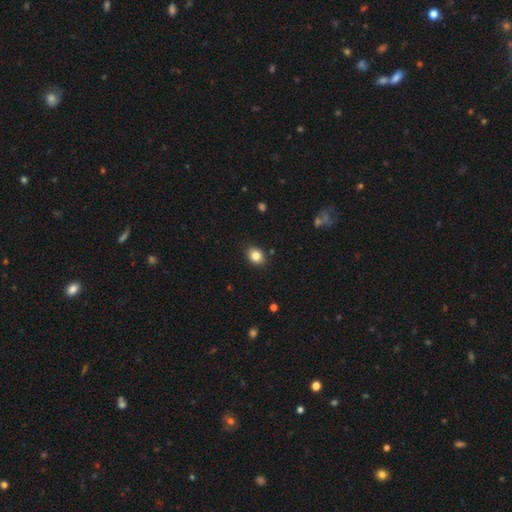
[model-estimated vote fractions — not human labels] Smooth or featured? Predicted: smooth (p=0.85). How rounded? Predicted: in between (p=0.58). Merging? Predicted: none (p=0.87).